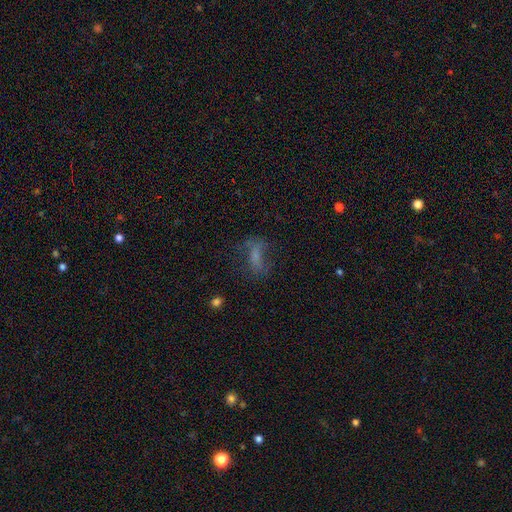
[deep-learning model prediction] The model was most divided on "smooth or featured": smooth: 46%, featured or disk: 35%, star or artifact: 18%. Remaining: merging — none (48%).